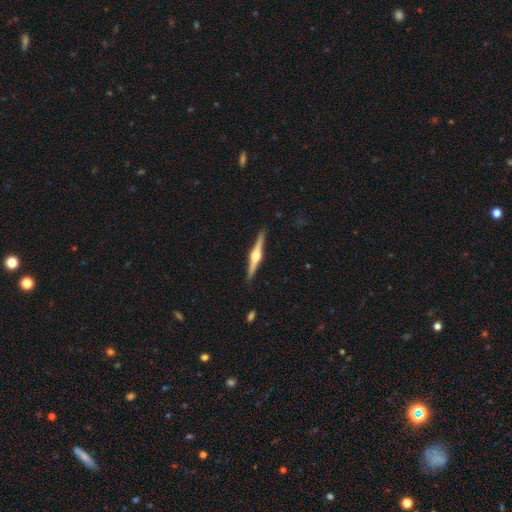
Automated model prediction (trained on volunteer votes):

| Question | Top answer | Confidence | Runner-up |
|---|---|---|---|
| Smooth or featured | featured or disk | 83% | smooth (12%) |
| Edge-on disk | yes | 99% | no (1%) |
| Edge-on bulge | rounded | 95% | boxy (4%) |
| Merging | none | 91% | minor disturbance (6%) |